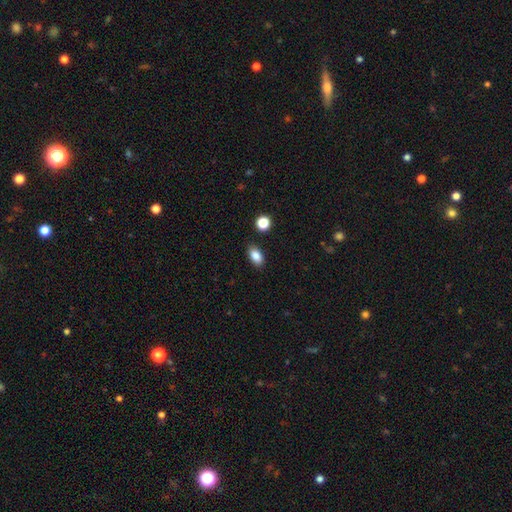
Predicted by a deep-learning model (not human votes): Q: Smooth or featured?
A: smooth (85%); runner-up: star or artifact (9%)
Q: How rounded?
A: in between (89%); runner-up: round (8%)
Q: Merging?
A: none (86%); runner-up: minor disturbance (9%)